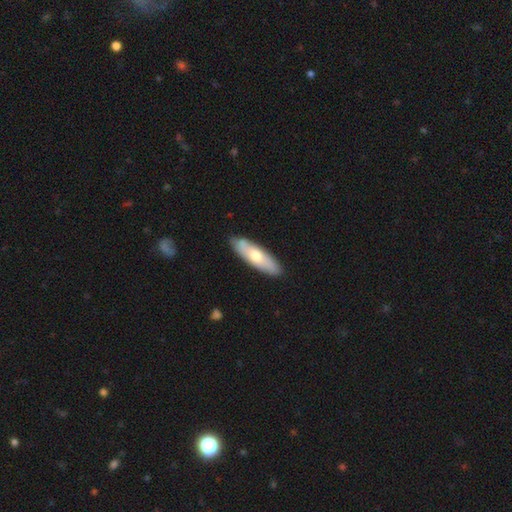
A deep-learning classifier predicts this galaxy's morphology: Overall: smooth (57%; featured or disk 38%). How rounded: cigar-shaped (55%; in between 43%). Merging: none (85%).